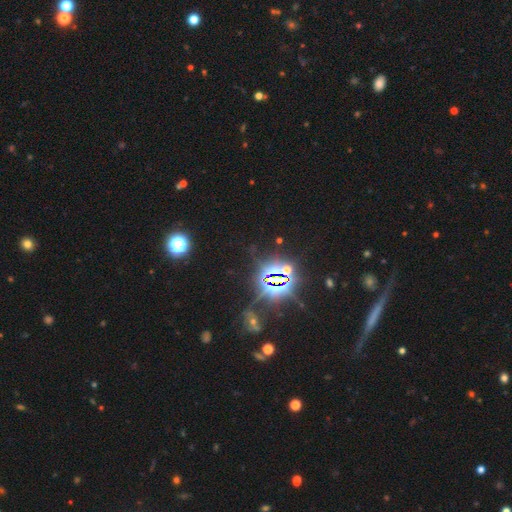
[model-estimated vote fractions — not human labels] Smooth or featured: star or artifact — 81% (smooth — 11%)